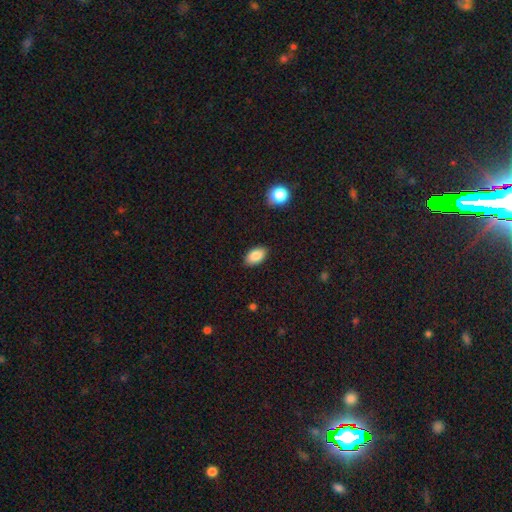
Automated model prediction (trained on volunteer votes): The model was most divided on "smooth or featured": smooth: 86%, star or artifact: 8%, featured or disk: 6%. More confident: how rounded — in between (92%); merging — none (88%).